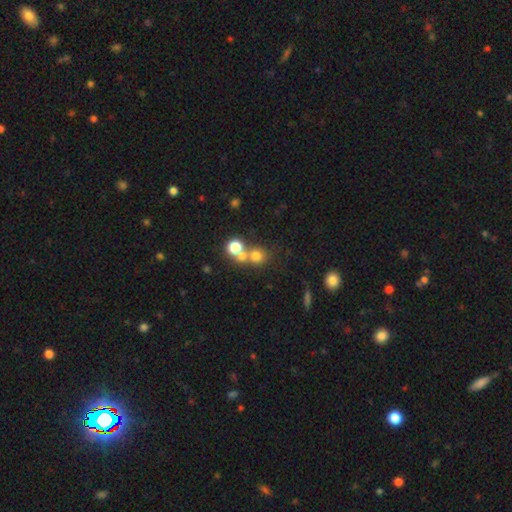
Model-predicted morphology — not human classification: A smooth galaxy with no disk features (70%) that is round (84%). Merging: none (48%).